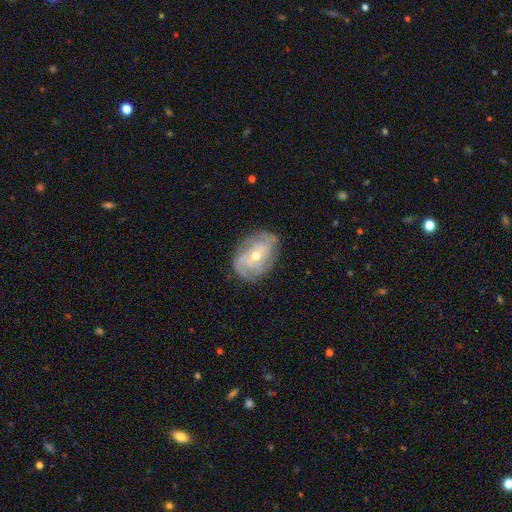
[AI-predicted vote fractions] smooth_or_featured: featured or disk (p=0.81) [alt: smooth p=0.12]
disk_edge_on: no (p=0.96) [alt: yes p=0.04]
bar: no (p=0.57) [alt: weak p=0.33]
has_spiral_arms: yes (p=0.91) [alt: no p=0.09]
spiral_winding: tight (p=0.65) [alt: medium p=0.27]
spiral_arm_count: can't tell (p=0.36) [alt: 3 p=0.22]
bulge_size: moderate (p=0.57) [alt: small p=0.39]
merging: none (p=0.76) [alt: minor disturbance p=0.17]